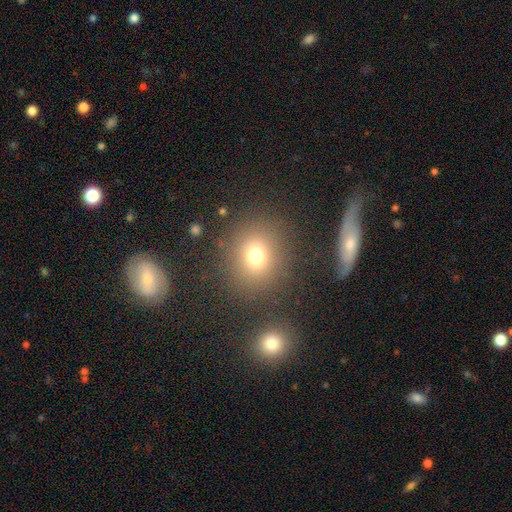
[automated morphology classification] Smooth or featured: smooth — 74% (star or artifact — 16%)
How rounded: round — 75% (in between — 24%)
Merging: none — 82% (minor disturbance — 9%)